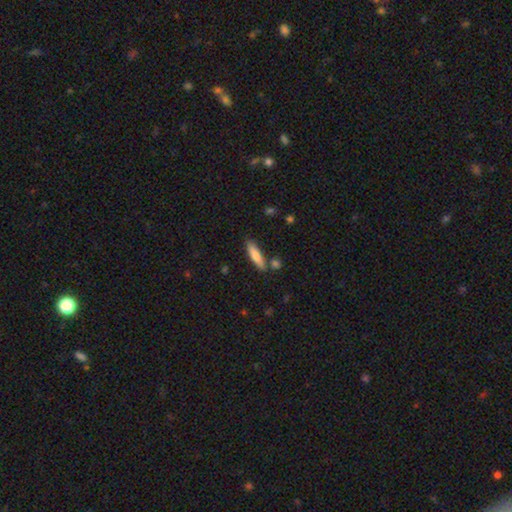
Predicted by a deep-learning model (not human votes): This is likely a smooth galaxy (77%). How rounded: likely cigar-shaped (75%). Merging: likely none (78%).